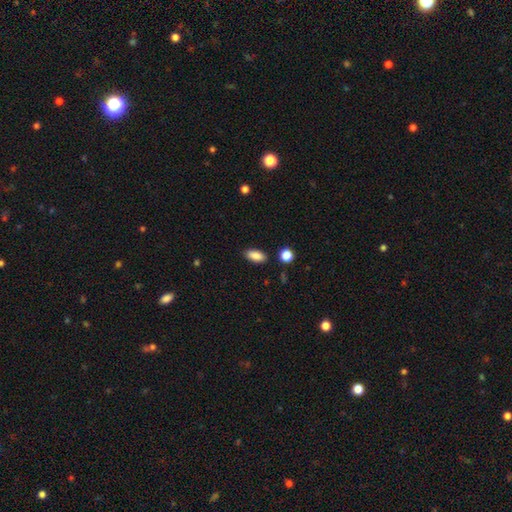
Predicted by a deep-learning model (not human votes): smooth 88%, star or artifact 8%, featured or disk 4%. Down the decision tree: how rounded — in between (87%); merging — none (86%).